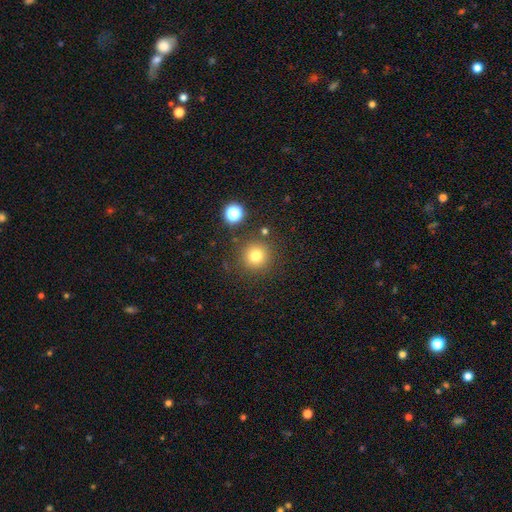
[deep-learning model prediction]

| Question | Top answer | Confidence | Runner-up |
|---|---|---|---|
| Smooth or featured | smooth | 77% | star or artifact (15%) |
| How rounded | round | 95% | in between (4%) |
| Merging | none | 86% | minor disturbance (7%) |